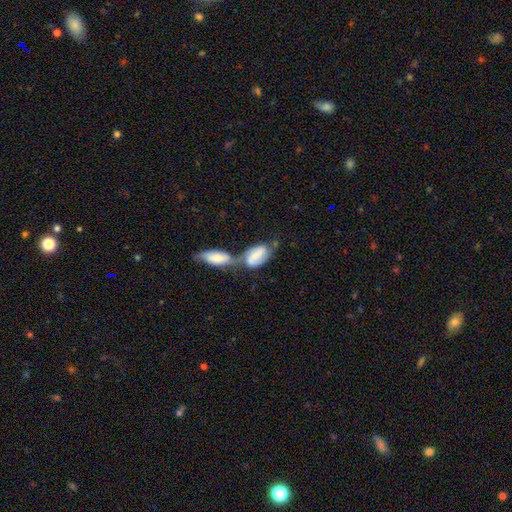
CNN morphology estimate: Q: Smooth or featured?
A: smooth (57%); runner-up: featured or disk (36%)
Q: How rounded?
A: in between (89%); runner-up: cigar-shaped (5%)
Q: Merging?
A: merger (68%); runner-up: none (17%)